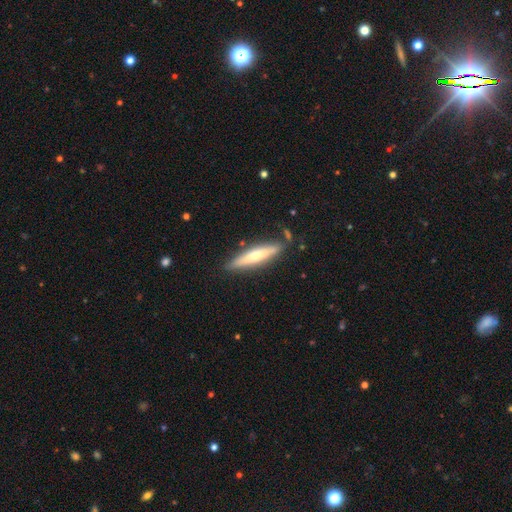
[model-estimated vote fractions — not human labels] This appears to be a smooth galaxy with no disk features (54%) that is cigar-shaped (86%). Merging: none (80%).